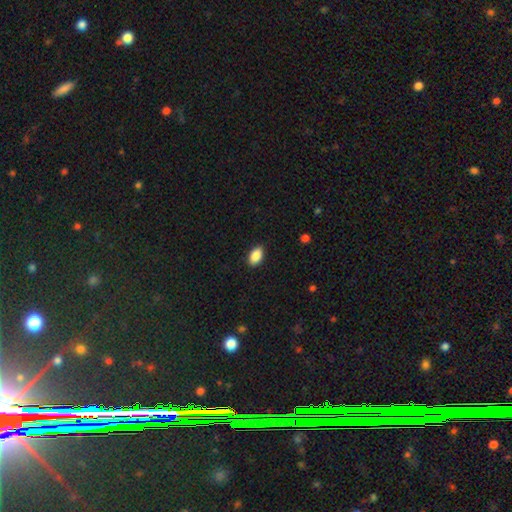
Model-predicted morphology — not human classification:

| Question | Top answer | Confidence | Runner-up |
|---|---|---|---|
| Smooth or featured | smooth | 89% | star or artifact (7%) |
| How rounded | in between | 92% | round (6%) |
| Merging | none | 88% | minor disturbance (9%) |